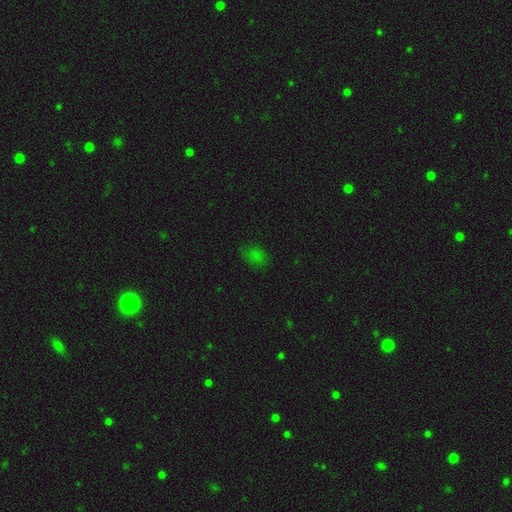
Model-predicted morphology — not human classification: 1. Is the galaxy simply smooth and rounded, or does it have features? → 69% smooth, 24% star or artifact, 7% featured or disk.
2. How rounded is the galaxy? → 70% in between, 27% round, 2% cigar-shaped.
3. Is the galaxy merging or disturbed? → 69% none, 22% minor disturbance, 7% major disturbance, 2% merger.